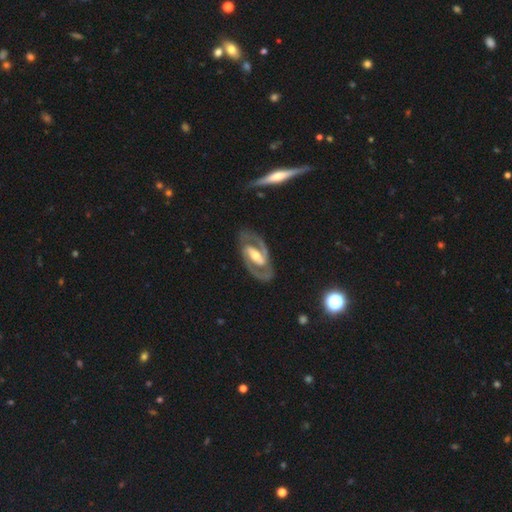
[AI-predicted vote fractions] Smooth or featured? featured or disk (90%)
Edge-on disk? no (96%)
Bar? strong (54%)
Spiral arms? yes (94%)
Spiral winding? medium (53%)
Spiral arm count? 2 (92%)
Bulge size? moderate (64%)
Merging? none (83%)